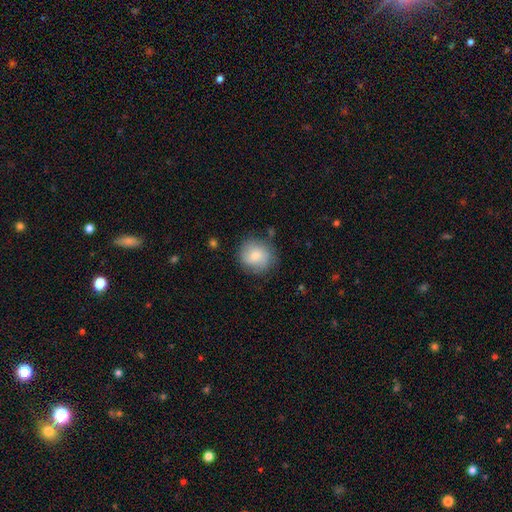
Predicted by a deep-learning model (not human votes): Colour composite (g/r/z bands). It shows a smooth galaxy with no disk features (72%) that is round (88%). Merging: none (77%).